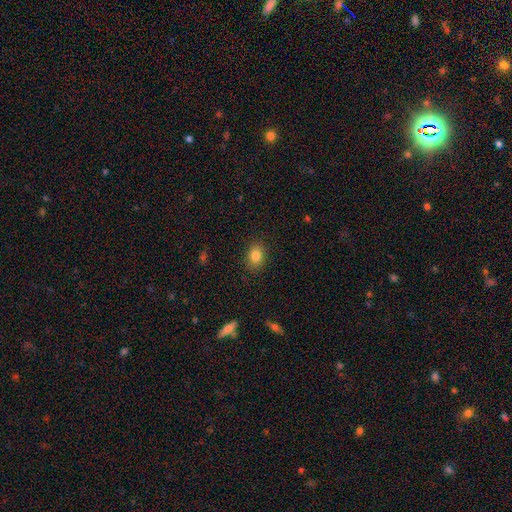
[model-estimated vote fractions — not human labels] smooth-or-featured: smooth: 83% | star or artifact: 10% | featured or disk: 7%
  how-rounded: in between: 65% | round: 34% | cigar-shaped: 1%
  merging: none: 87% | minor disturbance: 10% | major disturbance: 3% | merger: 1%